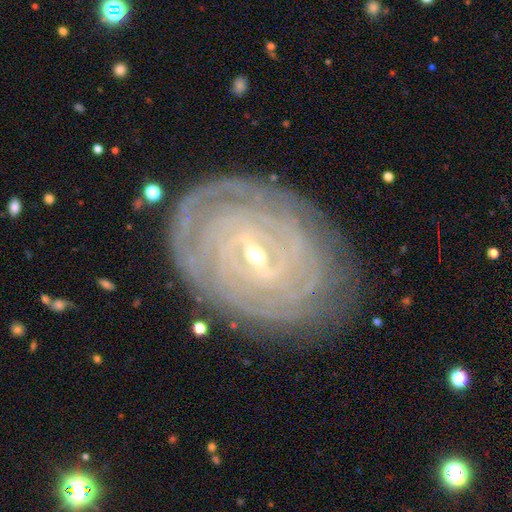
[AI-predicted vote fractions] Q: Smooth or featured?
A: featured or disk (90%); runner-up: smooth (5%)
Q: Edge-on disk?
A: no (96%); runner-up: yes (4%)
Q: Bar?
A: weak (44%); runner-up: strong (43%)
Q: Spiral arms?
A: yes (96%); runner-up: no (4%)
Q: Spiral winding?
A: tight (88%); runner-up: medium (10%)
Q: Spiral arm count?
A: can't tell (31%); runner-up: 4 (23%)
Q: Bulge size?
A: small (60%); runner-up: moderate (37%)
Q: Merging?
A: none (81%); runner-up: minor disturbance (14%)